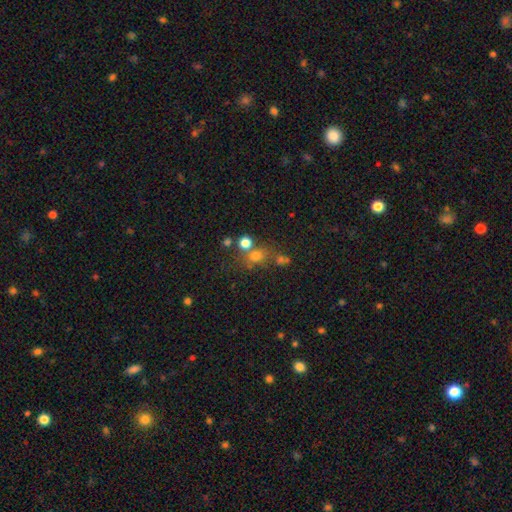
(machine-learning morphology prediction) Q: Smooth or featured?
A: smooth (62%); runner-up: star or artifact (25%)
Q: How rounded?
A: round (75%); runner-up: in between (23%)
Q: Merging?
A: none (56%); runner-up: merger (25%)